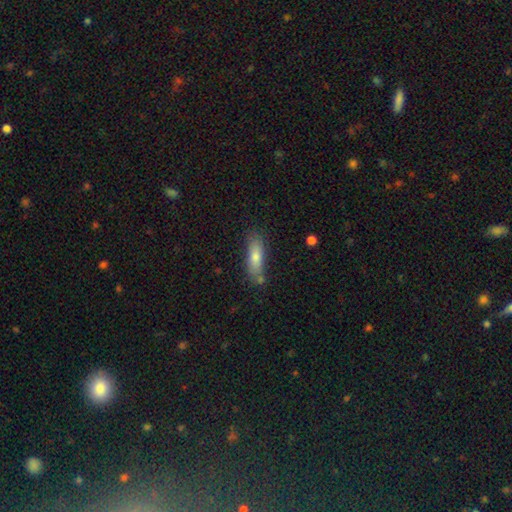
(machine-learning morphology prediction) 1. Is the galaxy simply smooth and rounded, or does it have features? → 56% smooth, 30% featured or disk, 15% star or artifact.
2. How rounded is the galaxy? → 58% cigar-shaped, 39% in between, 3% round.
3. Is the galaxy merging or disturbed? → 78% none, 16% minor disturbance, 4% major disturbance, 2% merger.